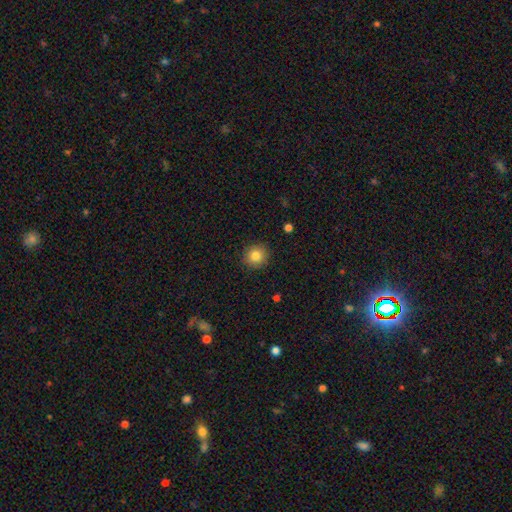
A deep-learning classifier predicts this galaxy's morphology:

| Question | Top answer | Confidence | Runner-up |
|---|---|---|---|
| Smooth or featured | smooth | 83% | star or artifact (10%) |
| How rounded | round | 90% | in between (9%) |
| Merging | none | 91% | minor disturbance (6%) |